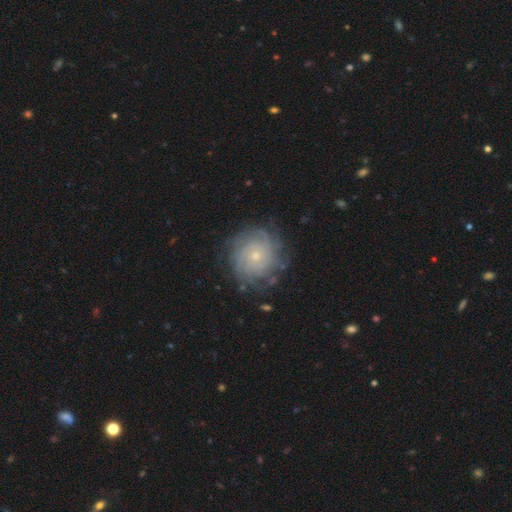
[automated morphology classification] A featured or disk galaxy (79%) with no bar (82%), tight (78%) spiral arms (95%) and a small central bulge (72%).

Vote fractions:
- Smooth or featured? featured or disk: 79% / smooth: 13% / star or artifact: 8%
- Edge-on disk? no: 97% / yes: 3%
- Bar? no: 82% / weak: 15% / strong: 3%
- Spiral arms? yes: 95% / no: 5%
- Spiral winding? tight: 78% / medium: 18% / loose: 5%
- Spiral arm count? can't tell: 39% / 4: 19% / more than 4: 15% / 3: 12% / 2: 9% / 1: 6%
- Bulge size? small: 72% / moderate: 24% / none: 2% / large: 1% / dominant: 1%
- Merging? none: 79% / minor disturbance: 14% / major disturbance: 6% / merger: 1%